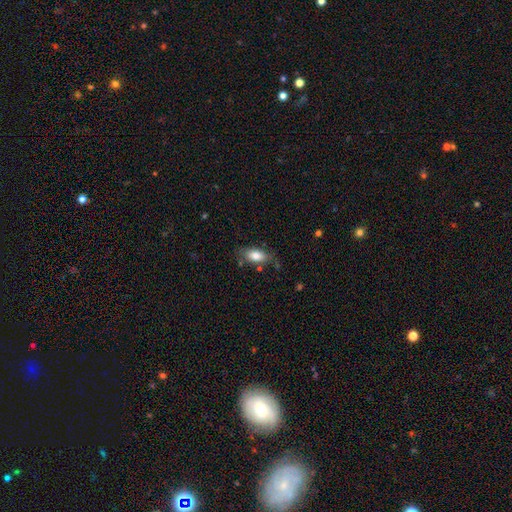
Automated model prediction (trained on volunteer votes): This is likely a smooth galaxy (80%). How rounded: clearly in between (88%). Merging: likely none (71%).